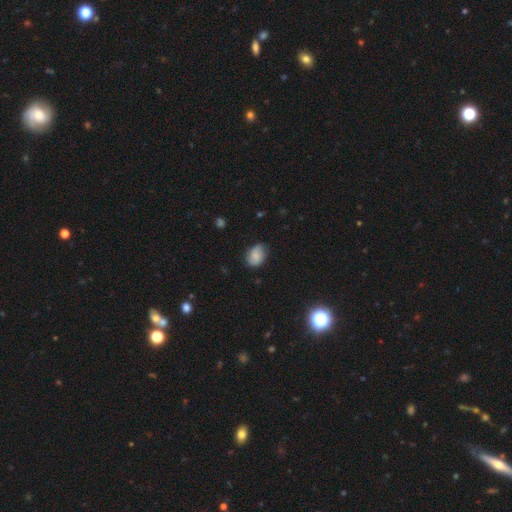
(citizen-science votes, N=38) Smooth or featured?
  - smooth: 82% *
  - featured or disk: 13%
  - star or artifact: 5%
How rounded?
  - in between: 52% *
  - round: 48%
  - cigar-shaped: 0%
Merging?
  - minor disturbance: 50% *
  - none: 47%
  - major disturbance: 3%
  - merger: 0%